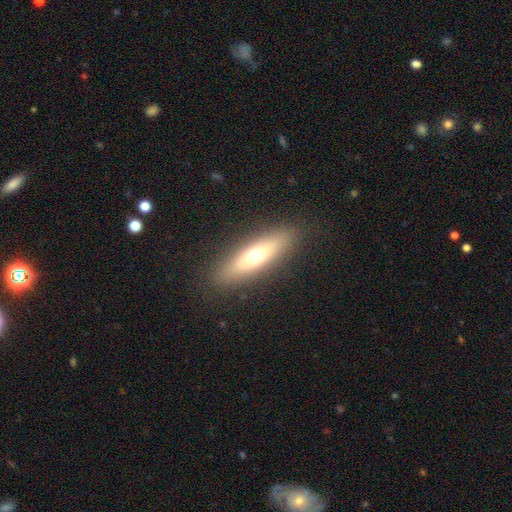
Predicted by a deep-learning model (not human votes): This is possibly a smooth galaxy (56%). How rounded: likely cigar-shaped (62%). Merging: clearly none (88%).